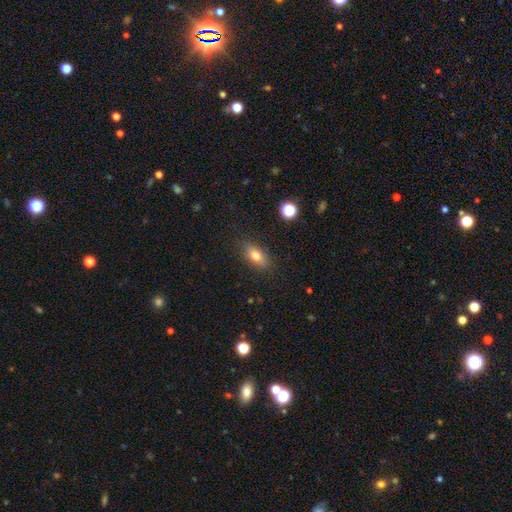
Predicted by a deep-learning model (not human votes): Q: Smooth or featured?
A: smooth (74%); runner-up: featured or disk (16%)
Q: How rounded?
A: in between (80%); runner-up: cigar-shaped (11%)
Q: Merging?
A: none (84%); runner-up: minor disturbance (11%)